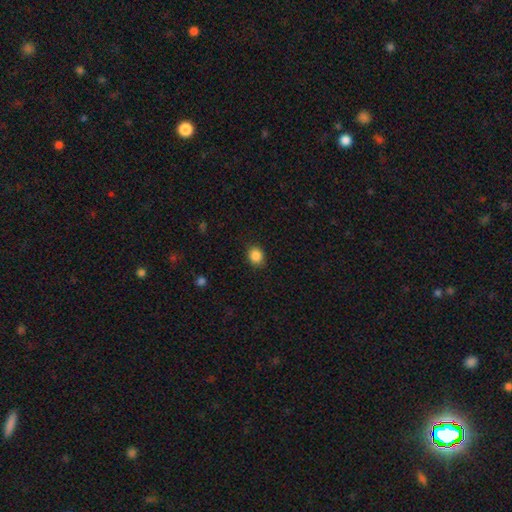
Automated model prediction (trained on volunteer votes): smooth-or-featured: smooth: 87% | star or artifact: 10% | featured or disk: 4%
  how-rounded: round: 64% | in between: 35% | cigar-shaped: 1%
  merging: none: 88% | minor disturbance: 8% | major disturbance: 2% | merger: 1%